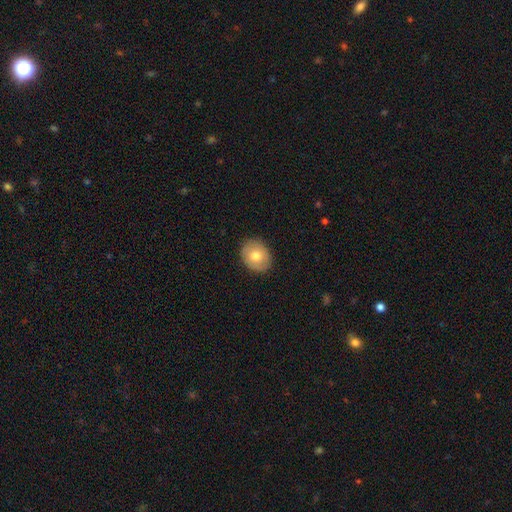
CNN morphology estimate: A smooth galaxy with no disk features (73%) that is round (59%). Merging: none (88%).